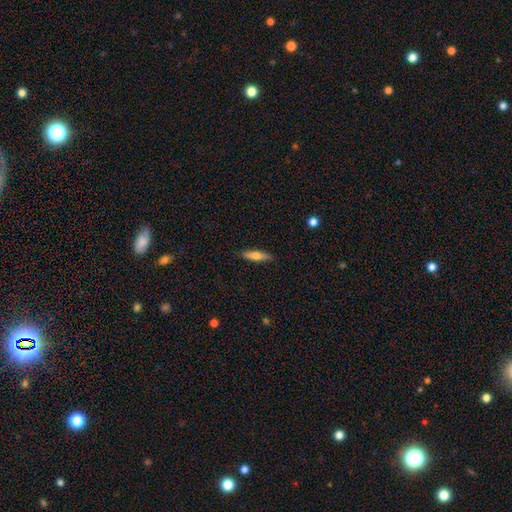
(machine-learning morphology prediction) This appears to be a smooth galaxy with no disk features (60%) that is cigar-shaped (75%). Merging: none (88%).